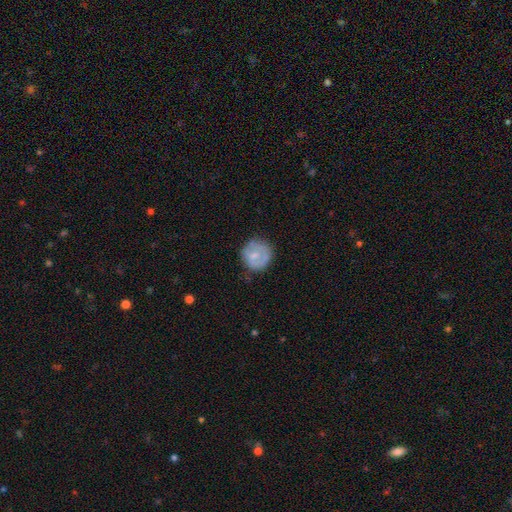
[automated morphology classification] Overall: smooth (59%; featured or disk 35%). How rounded: round (89%). Merging: none (69%).